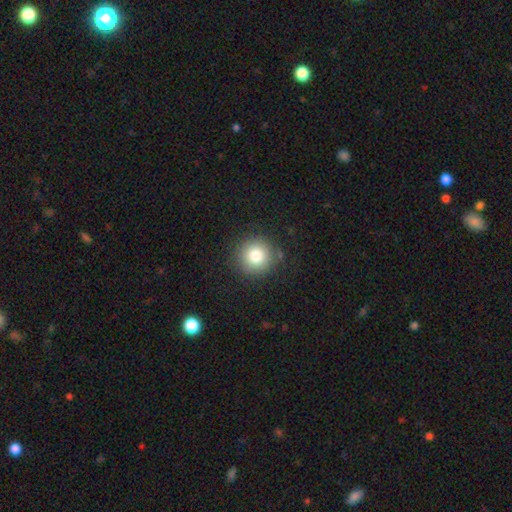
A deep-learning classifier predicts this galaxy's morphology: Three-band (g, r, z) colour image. It shows a smooth galaxy with no disk features (81%) that is round (94%). Merging: none (87%).